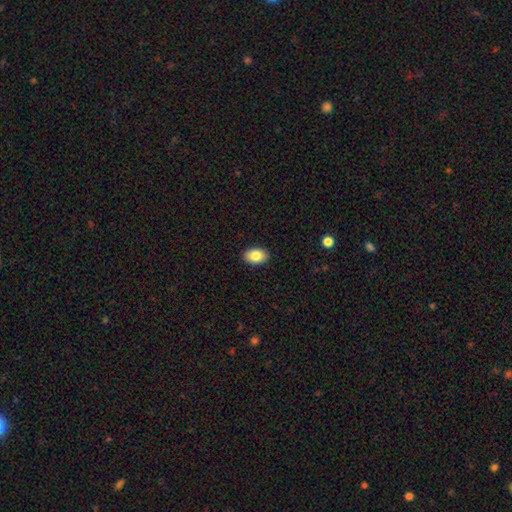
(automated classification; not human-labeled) The model was most divided on "how rounded": in between: 87%, round: 12%, cigar-shaped: 1%. More confident: merging — none (91%); smooth or featured — smooth (85%).